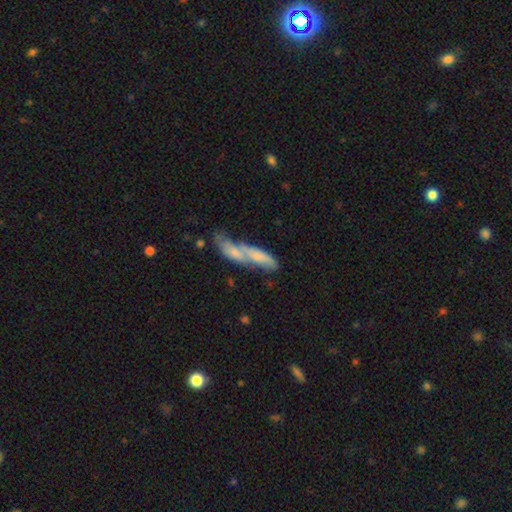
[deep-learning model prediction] This is possibly a smooth galaxy (60%). How rounded: possibly cigar-shaped (58%). Merging: likely merger (65%).